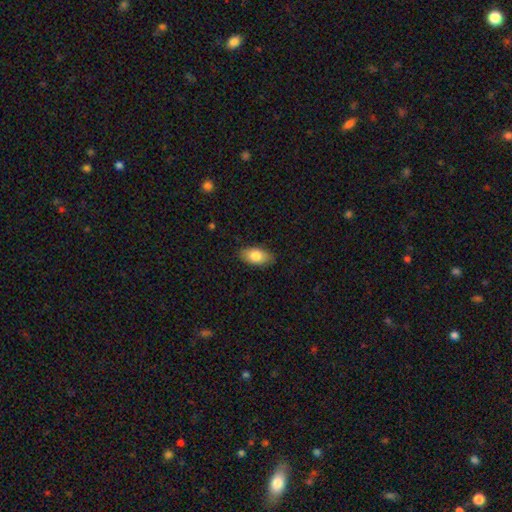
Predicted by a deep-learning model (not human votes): Q: Smooth or featured?
A: smooth (81%); runner-up: featured or disk (12%)
Q: How rounded?
A: in between (93%); runner-up: round (4%)
Q: Merging?
A: none (85%); runner-up: minor disturbance (12%)